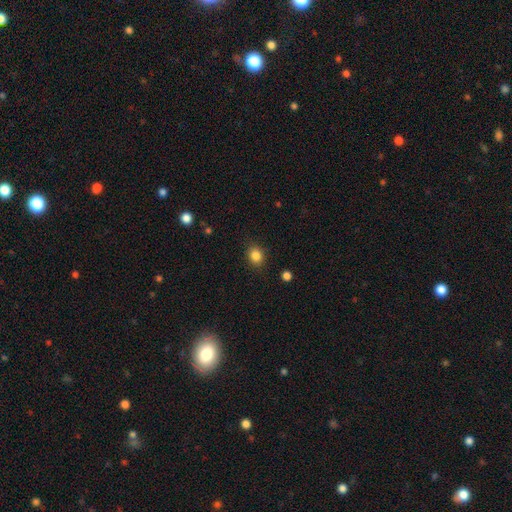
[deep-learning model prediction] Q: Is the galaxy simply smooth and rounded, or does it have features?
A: smooth — 85%.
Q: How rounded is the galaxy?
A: round — 66%.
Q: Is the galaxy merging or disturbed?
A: none — 88%.